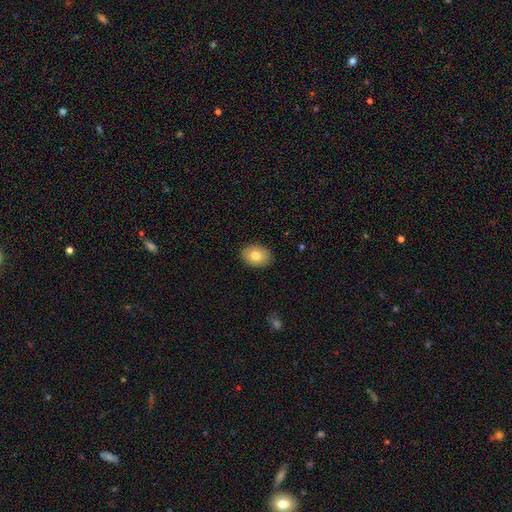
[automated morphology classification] Smooth or featured: smooth — 79% (featured or disk — 13%)
How rounded: in between — 71% (round — 29%)
Merging: none — 89% (minor disturbance — 8%)